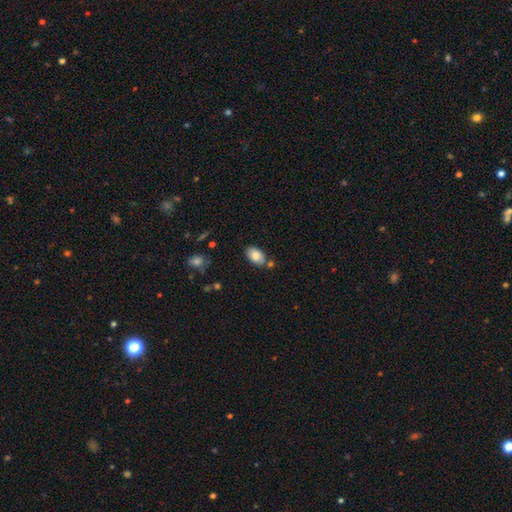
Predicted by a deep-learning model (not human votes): Smooth or featured: smooth — 81% (featured or disk — 12%)
How rounded: in between — 92% (round — 7%)
Merging: none — 72% (minor disturbance — 15%)